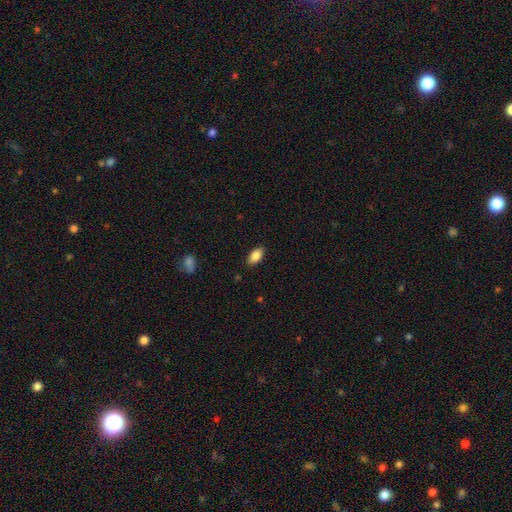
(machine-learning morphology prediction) A smooth galaxy with no disk features (85%) that is in between round and cigar-shaped (92%).

Vote fractions:
- Smooth or featured? smooth: 85% / featured or disk: 8% / star or artifact: 7%
- How rounded? in between: 92% / cigar-shaped: 5% / round: 4%
- Merging? none: 87% / minor disturbance: 10% / major disturbance: 2% / merger: 1%